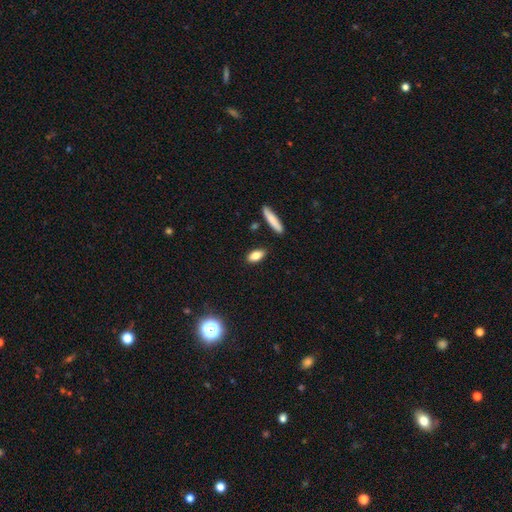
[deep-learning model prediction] This is clearly a smooth galaxy (82%). How rounded: likely in between (78%). Merging: clearly none (85%).